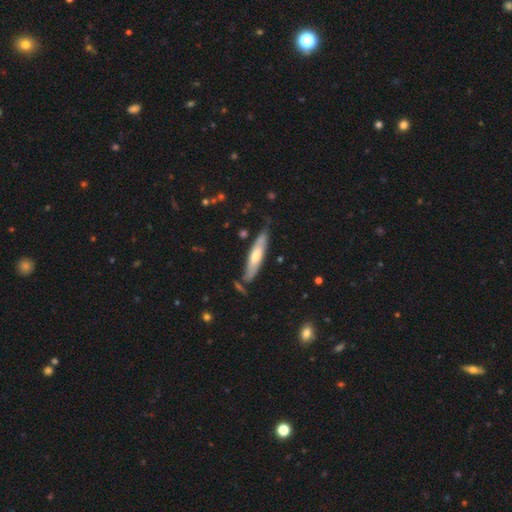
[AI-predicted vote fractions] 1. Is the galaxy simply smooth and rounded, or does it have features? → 50% smooth, 45% featured or disk, 5% star or artifact.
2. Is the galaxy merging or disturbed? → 76% none, 17% minor disturbance, 4% merger, 3% major disturbance.